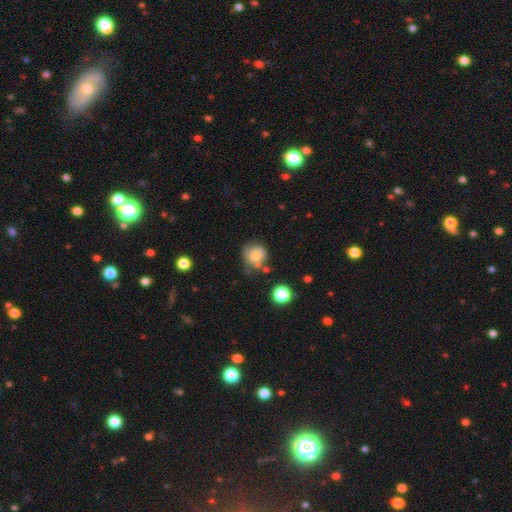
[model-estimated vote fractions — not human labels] Smooth or featured?
  - smooth: 69% *
  - featured or disk: 21%
  - star or artifact: 10%
How rounded?
  - round: 88% *
  - in between: 11%
  - cigar-shaped: 1%
Merging?
  - none: 58% *
  - minor disturbance: 22%
  - merger: 12%
  - major disturbance: 7%